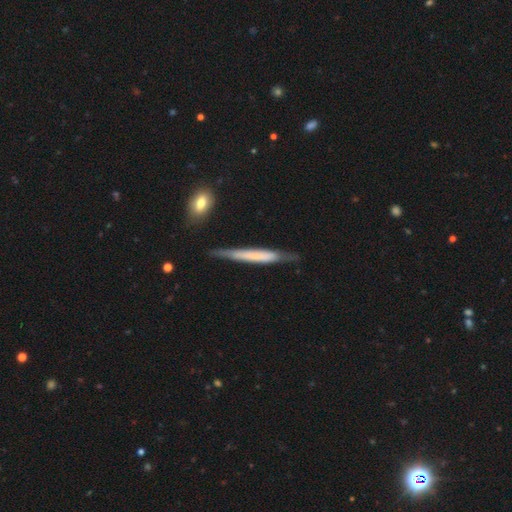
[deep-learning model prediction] The model was most divided on "smooth or featured": smooth: 48%, featured or disk: 46%, star or artifact: 6%. More confident: merging — none (75%).